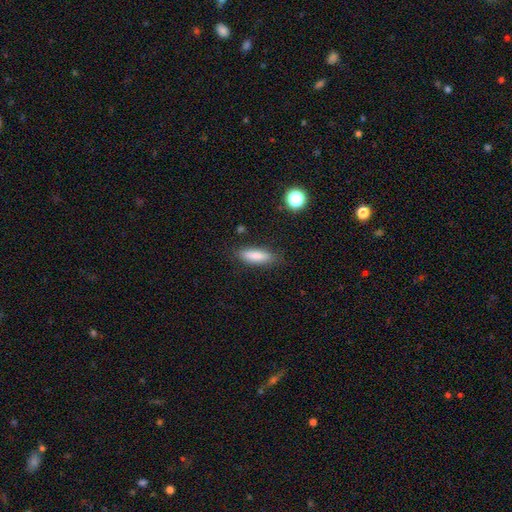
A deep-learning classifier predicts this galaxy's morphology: Smooth or featured? smooth (82%)
How rounded? cigar-shaped (50%)
Merging? none (83%)